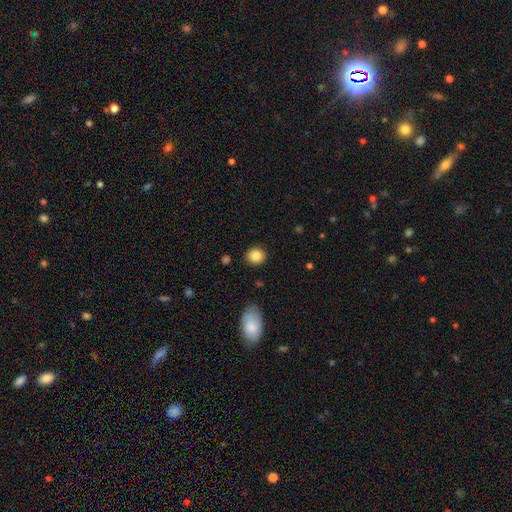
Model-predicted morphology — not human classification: smooth 86%, star or artifact 9%, featured or disk 5%. Down the decision tree: how rounded — round (81%); merging — none (86%).